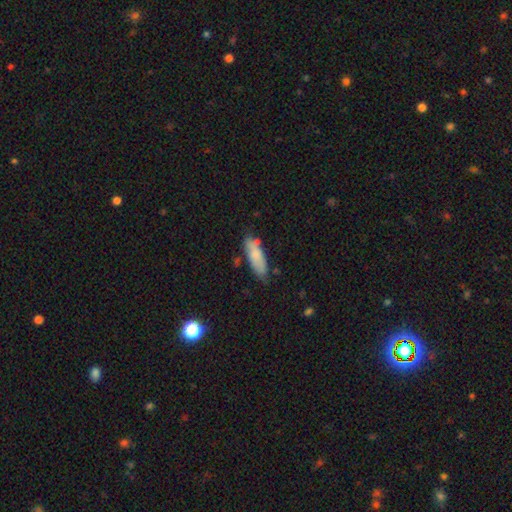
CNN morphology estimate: Smooth or featured: smooth — 77% (featured or disk — 16%)
How rounded: in between — 60% (cigar-shaped — 38%)
Merging: none — 65% (minor disturbance — 24%)